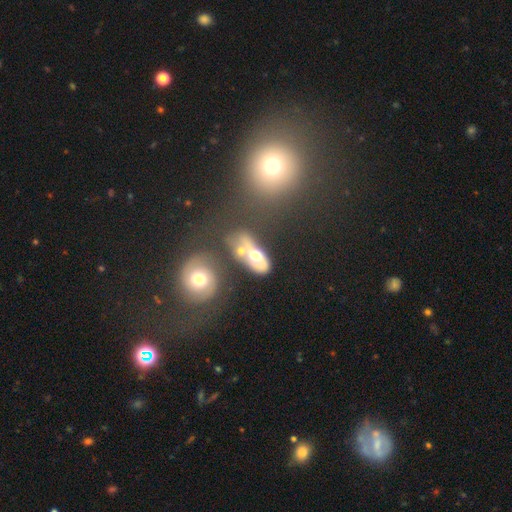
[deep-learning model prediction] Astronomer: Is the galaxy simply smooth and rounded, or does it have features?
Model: featured or disk — 52% (runner-up: smooth, 38%).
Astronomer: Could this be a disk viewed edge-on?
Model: no — 86%.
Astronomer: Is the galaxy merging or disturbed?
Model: merger — 43% (runner-up: none, 26%).